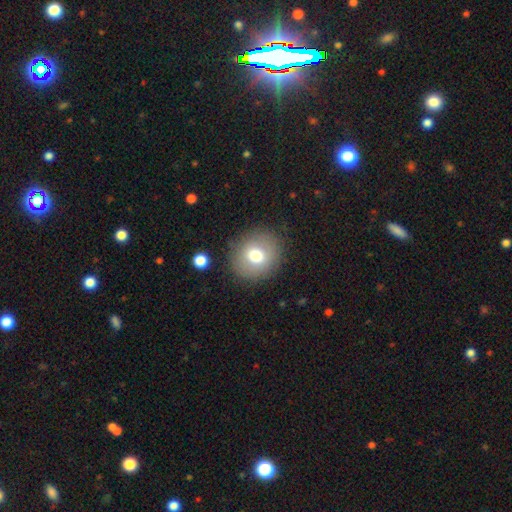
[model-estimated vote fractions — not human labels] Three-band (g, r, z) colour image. It shows a smooth galaxy with no disk features (73%) that is round (83%). Merging: none (85%).